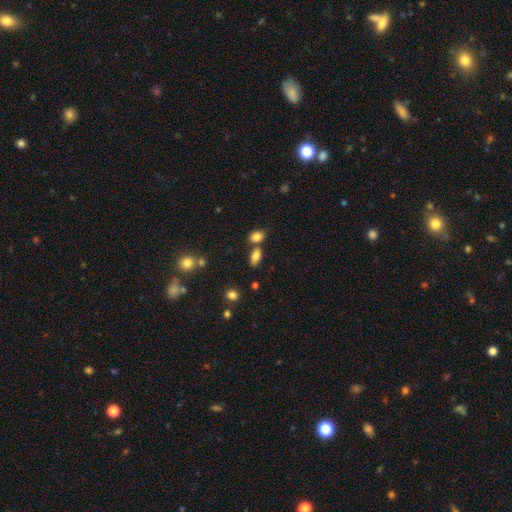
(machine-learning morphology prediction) smooth_or_featured: smooth (p=0.83) [alt: star or artifact p=0.10]
how_rounded: in between (p=0.87) [alt: round p=0.07]
merging: none (p=0.59) [alt: merger p=0.25]